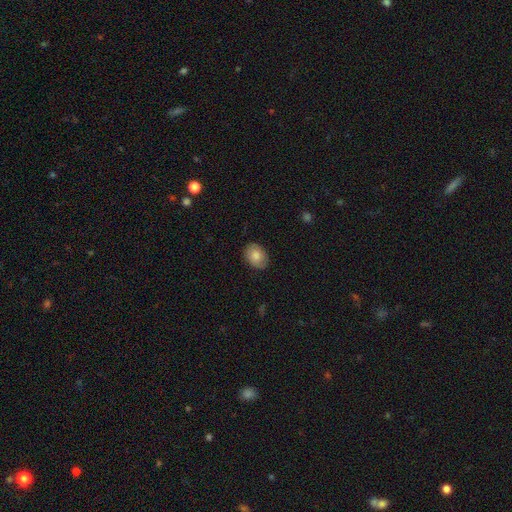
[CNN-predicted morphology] Smooth or featured? smooth (81%)
How rounded? in between (67%)
Merging? none (84%)